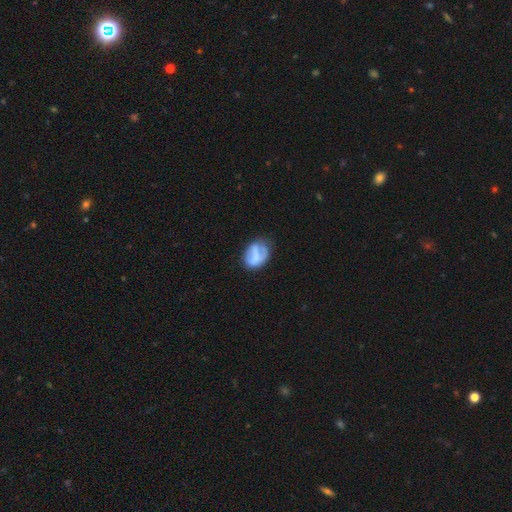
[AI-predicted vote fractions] smooth_or_featured: smooth (p=0.58) [alt: featured or disk p=0.33]
how_rounded: in between (p=0.70) [alt: round p=0.29]
merging: none (p=0.50) [alt: minor disturbance p=0.31]